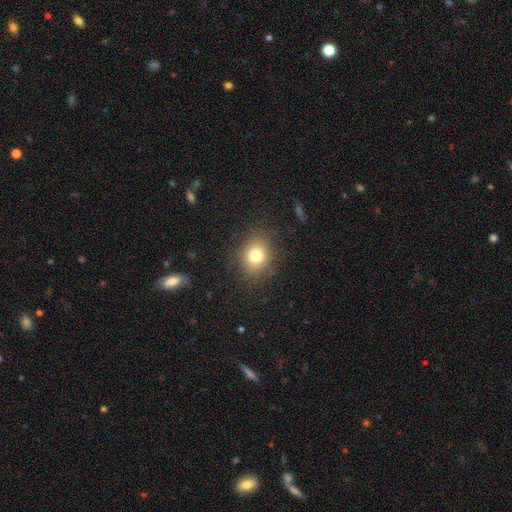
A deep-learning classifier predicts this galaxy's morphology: smooth_or_featured: smooth (p=0.77) [alt: star or artifact p=0.12]
how_rounded: round (p=0.58) [alt: in between p=0.41]
merging: none (p=0.85) [alt: minor disturbance p=0.10]